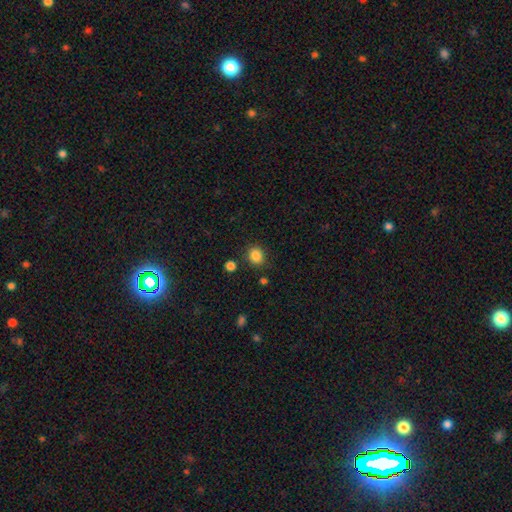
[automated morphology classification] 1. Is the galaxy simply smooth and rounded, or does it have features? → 85% smooth, 11% star or artifact, 4% featured or disk.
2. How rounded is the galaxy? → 75% round, 25% in between, 1% cigar-shaped.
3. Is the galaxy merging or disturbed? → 84% none, 9% minor disturbance, 4% merger, 3% major disturbance.